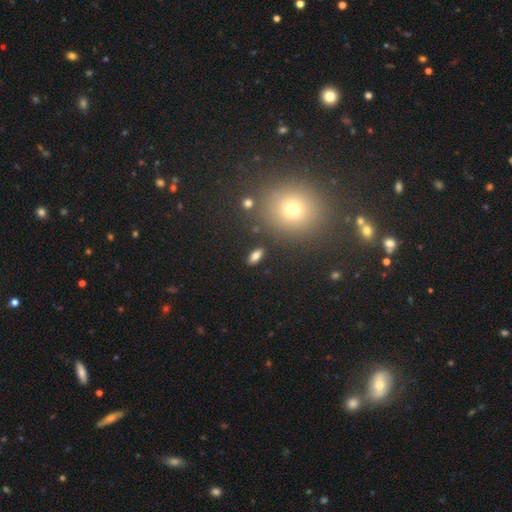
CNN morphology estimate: Overall: smooth (80%). How rounded: in between (81%). Merging: none (87%).